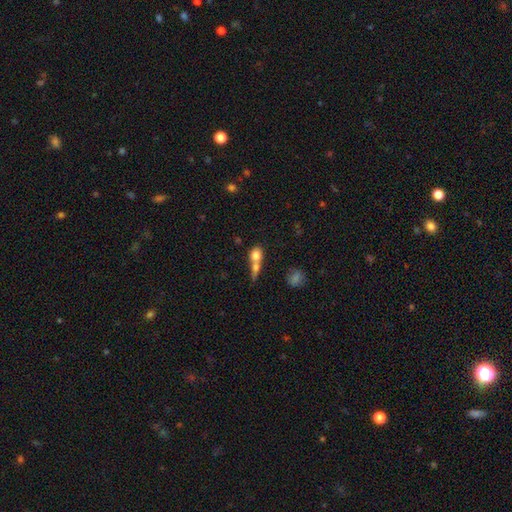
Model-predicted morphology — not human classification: A smooth galaxy with no disk features (76%) that is round (52%). Merging: merger (64%).